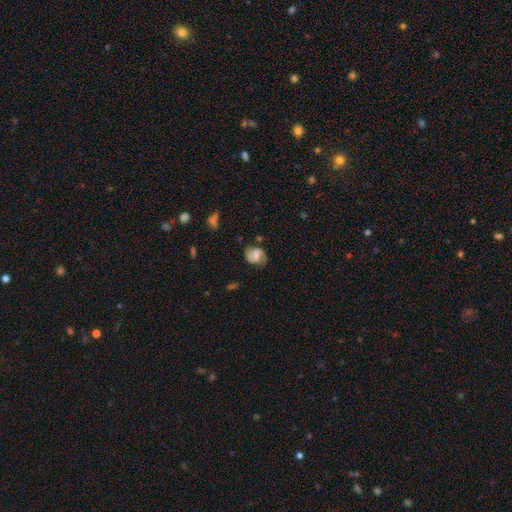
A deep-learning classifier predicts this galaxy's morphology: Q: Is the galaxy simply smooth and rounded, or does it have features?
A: featured or disk — 53%.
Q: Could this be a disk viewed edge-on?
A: no — 97%.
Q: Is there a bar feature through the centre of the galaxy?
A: no — 56%.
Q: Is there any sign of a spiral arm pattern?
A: yes — 85%.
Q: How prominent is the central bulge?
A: moderate — 61%.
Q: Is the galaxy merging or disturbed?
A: none — 70%.